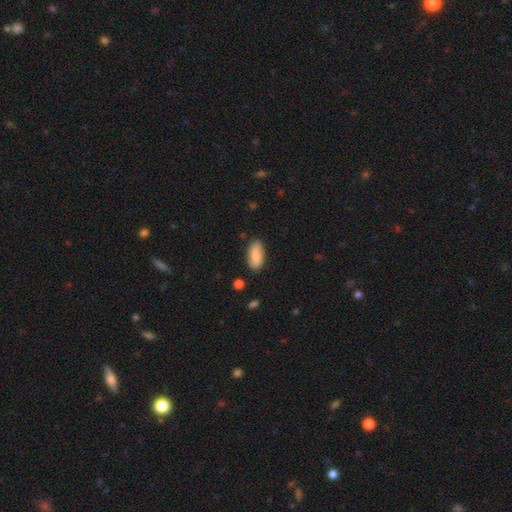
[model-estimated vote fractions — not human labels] This is clearly a smooth galaxy (86%). How rounded: clearly in between (90%). Merging: clearly none (84%).